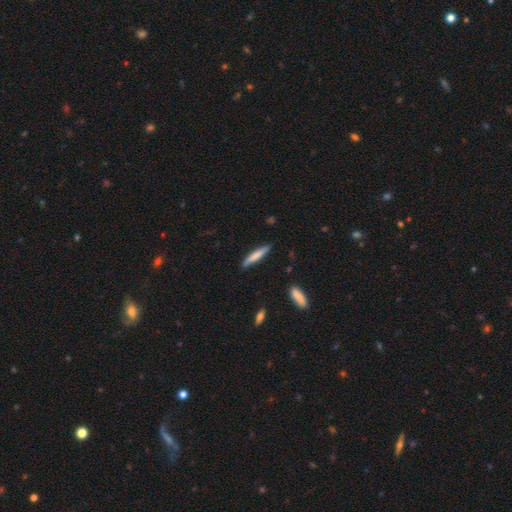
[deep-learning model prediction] Smooth or featured: smooth — 72% (featured or disk — 22%)
How rounded: cigar-shaped — 91% (in between — 8%)
Merging: none — 85% (minor disturbance — 11%)